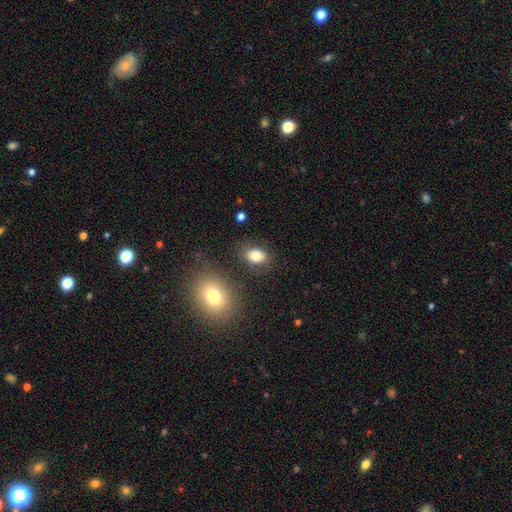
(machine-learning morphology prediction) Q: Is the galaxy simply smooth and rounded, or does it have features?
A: smooth — 80%.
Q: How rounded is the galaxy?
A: in between — 83%.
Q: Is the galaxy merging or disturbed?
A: none — 79%.